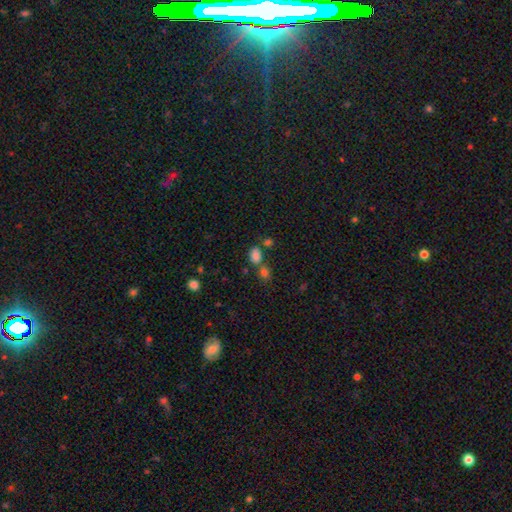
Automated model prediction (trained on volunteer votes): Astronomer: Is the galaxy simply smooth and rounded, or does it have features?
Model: smooth — 78%.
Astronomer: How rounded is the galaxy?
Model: in between — 70%.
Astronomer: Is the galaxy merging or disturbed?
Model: none — 55%.